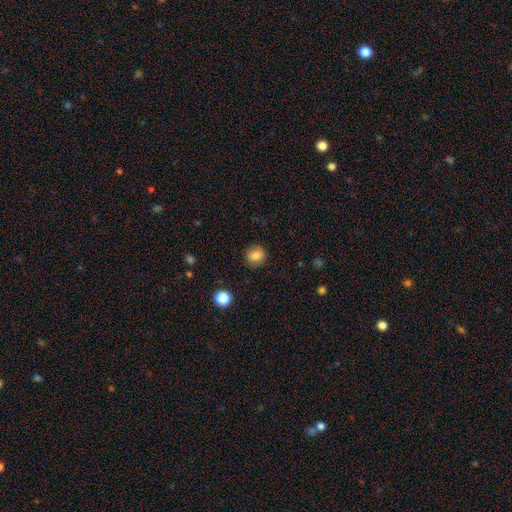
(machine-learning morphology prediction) Smooth or featured?
  - smooth: 79% *
  - star or artifact: 10%
  - featured or disk: 10%
How rounded?
  - round: 72% *
  - in between: 27%
  - cigar-shaped: 1%
Merging?
  - none: 86% *
  - minor disturbance: 10%
  - major disturbance: 3%
  - merger: 1%